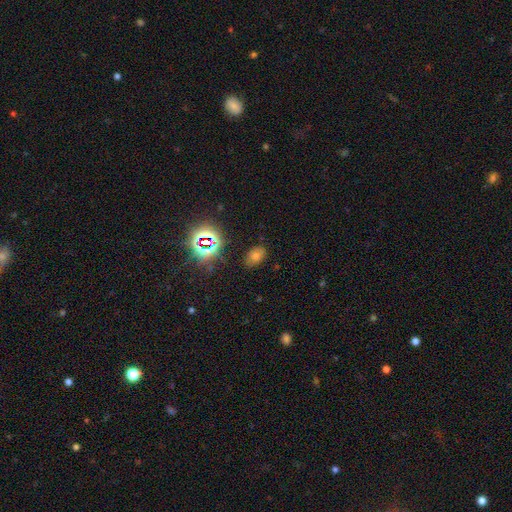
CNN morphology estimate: smooth-or-featured: smooth: 48% | star or artifact: 40% | featured or disk: 12%
  merging: none: 81% | minor disturbance: 13% | major disturbance: 4% | merger: 2%